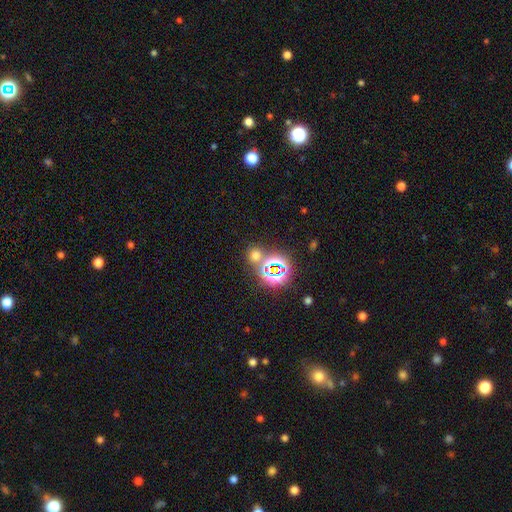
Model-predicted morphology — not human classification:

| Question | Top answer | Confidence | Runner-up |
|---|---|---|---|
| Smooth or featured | smooth | 50% | star or artifact (43%) |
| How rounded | round | 80% | in between (19%) |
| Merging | none | 70% | merger (19%) |